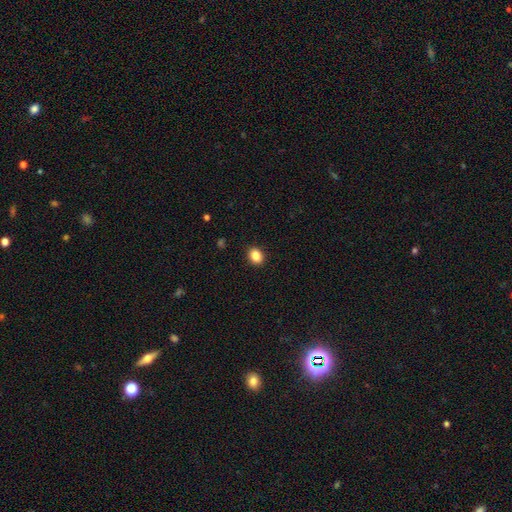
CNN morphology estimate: Smooth or featured: smooth — 87% (star or artifact — 10%)
How rounded: in between — 52% (round — 47%)
Merging: none — 91% (minor disturbance — 7%)